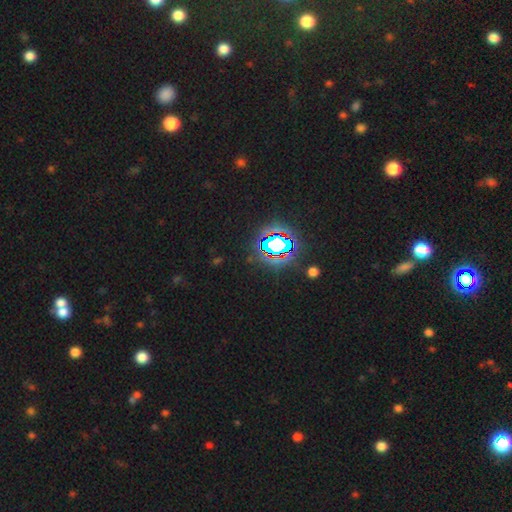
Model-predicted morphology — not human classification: type=star or artifact (81%).